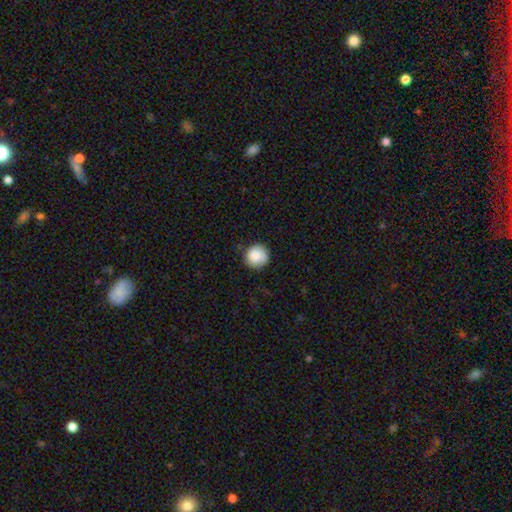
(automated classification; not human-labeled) smooth 86%, star or artifact 8%, featured or disk 6%. Down the decision tree: how rounded — round (94%); merging — none (82%).